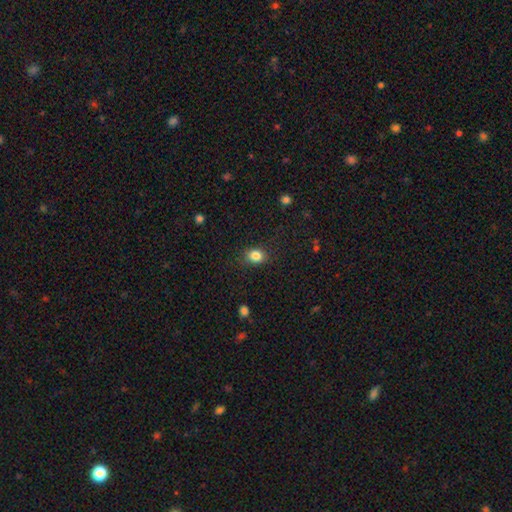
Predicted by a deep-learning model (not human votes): Smooth or featured: smooth — 84% (star or artifact — 11%)
How rounded: round — 54% (in between — 45%)
Merging: none — 83% (minor disturbance — 13%)